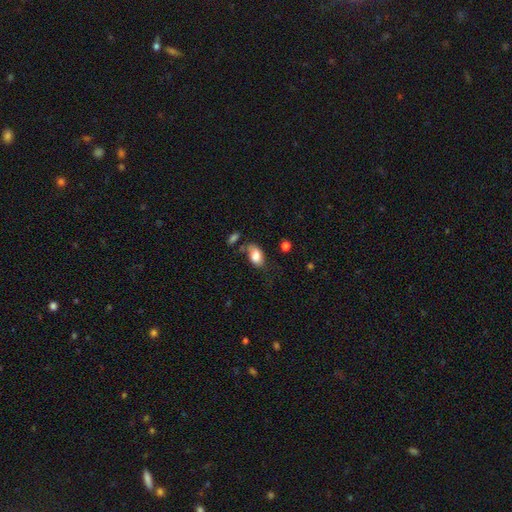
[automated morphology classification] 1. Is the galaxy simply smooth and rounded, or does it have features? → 81% smooth, 11% featured or disk, 8% star or artifact.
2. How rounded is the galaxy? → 91% in between, 7% round, 2% cigar-shaped.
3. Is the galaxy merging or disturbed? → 45% none, 29% minor disturbance, 16% major disturbance, 10% merger.